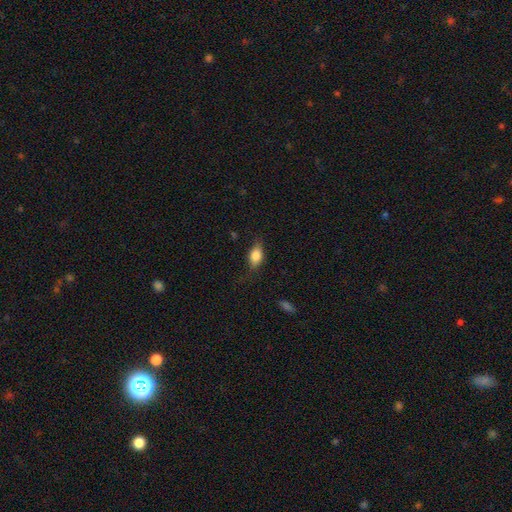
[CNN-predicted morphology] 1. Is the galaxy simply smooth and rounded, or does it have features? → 79% smooth, 13% featured or disk, 8% star or artifact.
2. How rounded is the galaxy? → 82% in between, 12% round, 6% cigar-shaped.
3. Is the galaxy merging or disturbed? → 68% none, 23% minor disturbance, 7% major disturbance, 1% merger.